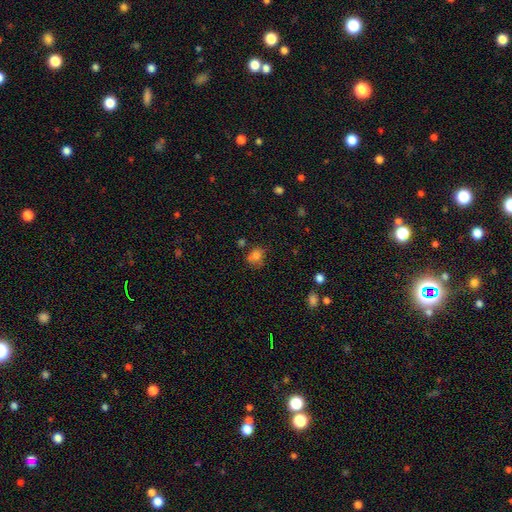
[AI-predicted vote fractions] Morphology: type=smooth (77%); roundness=round (65%); merging=none (60%).